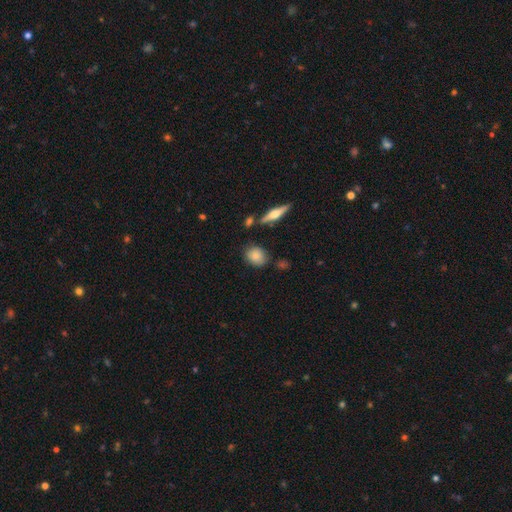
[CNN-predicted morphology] Overall: smooth (83%). How rounded: in between (52%; round 45%). Merging: none (76%).